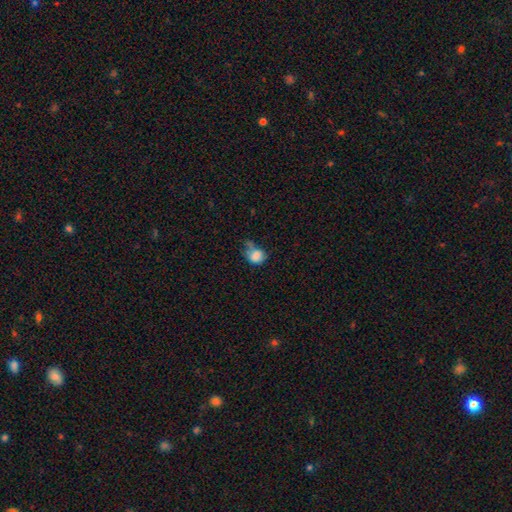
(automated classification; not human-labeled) Smooth or featured? smooth (76%)
How rounded? in between (51%)
Merging? minor disturbance (34%)